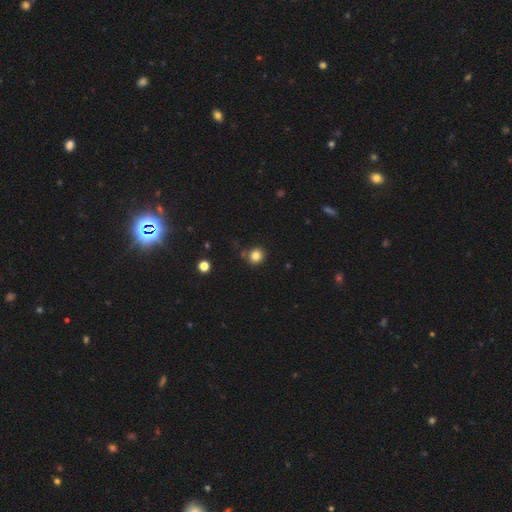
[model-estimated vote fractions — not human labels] smooth_or_featured: smooth (p=0.82) [alt: star or artifact p=0.12]
how_rounded: round (p=0.88) [alt: in between p=0.11]
merging: none (p=0.81) [alt: minor disturbance p=0.10]